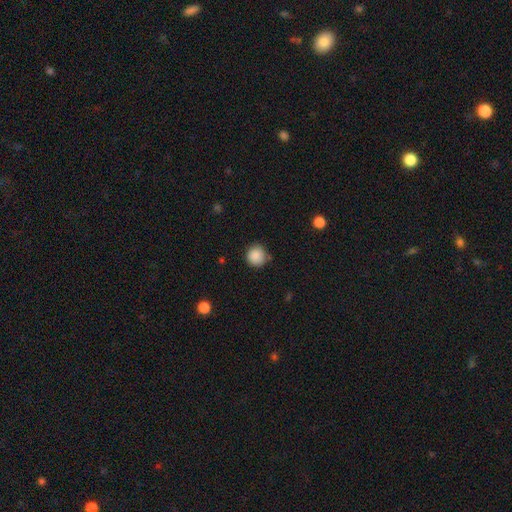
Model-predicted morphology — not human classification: type=smooth (88%); roundness=round (93%); merging=none (80%).